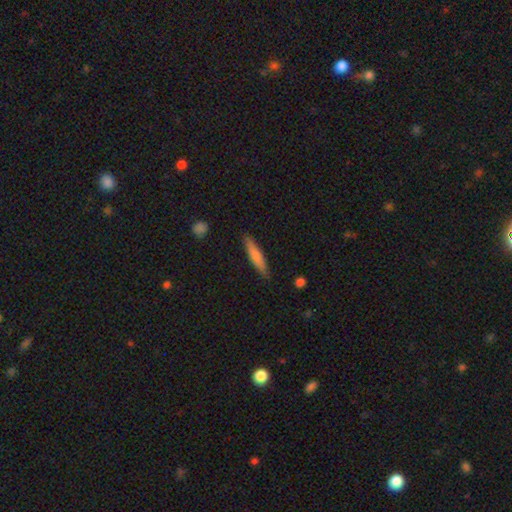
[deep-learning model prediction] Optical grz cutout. It shows a smooth galaxy with no disk features (73%) that is cigar-shaped (86%). Merging: none (86%).